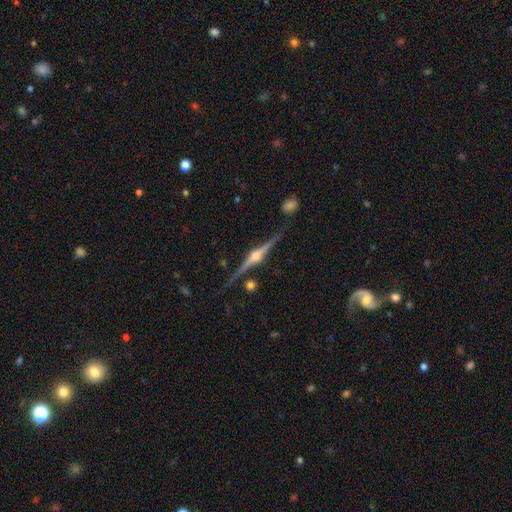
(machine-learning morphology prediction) The model was most divided on "merging": none: 86%, minor disturbance: 9%, merger: 3%, major disturbance: 2%. More confident: edge-on disk — yes (98%); edge-on bulge — rounded (96%); smooth or featured — featured or disk (90%).